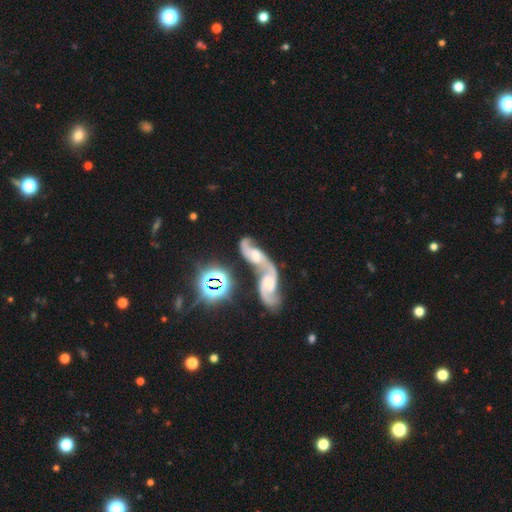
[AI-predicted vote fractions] Q: Smooth or featured?
A: featured or disk (76%); runner-up: smooth (13%)
Q: Edge-on disk?
A: no (93%); runner-up: yes (7%)
Q: Bar?
A: no (54%); runner-up: weak (35%)
Q: Spiral arms?
A: yes (90%); runner-up: no (10%)
Q: Spiral winding?
A: loose (65%); runner-up: medium (28%)
Q: Spiral arm count?
A: 2 (86%); runner-up: can't tell (5%)
Q: Bulge size?
A: moderate (46%); runner-up: small (33%)
Q: Merging?
A: merger (74%); runner-up: none (14%)